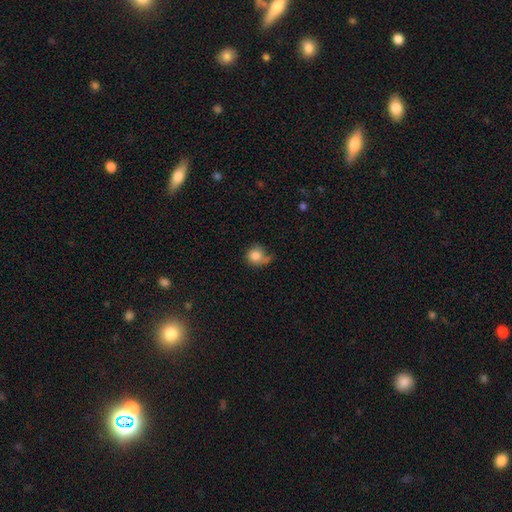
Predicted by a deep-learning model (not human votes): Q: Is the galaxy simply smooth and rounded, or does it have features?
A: smooth — 80%.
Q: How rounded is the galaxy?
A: round — 82%.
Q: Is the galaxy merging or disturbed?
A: none — 43%.